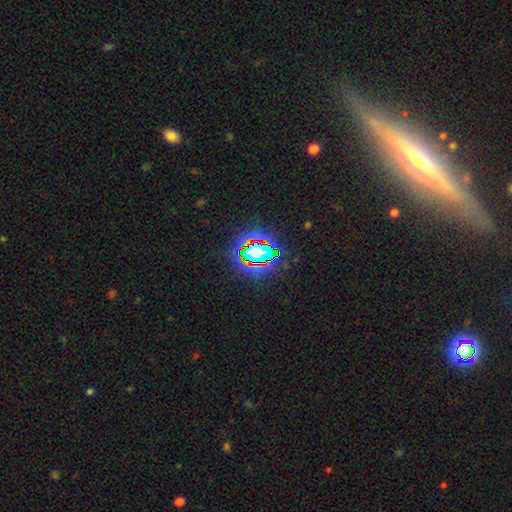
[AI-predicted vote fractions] smooth-or-featured: star or artifact: 61% | featured or disk: 24% | smooth: 15%